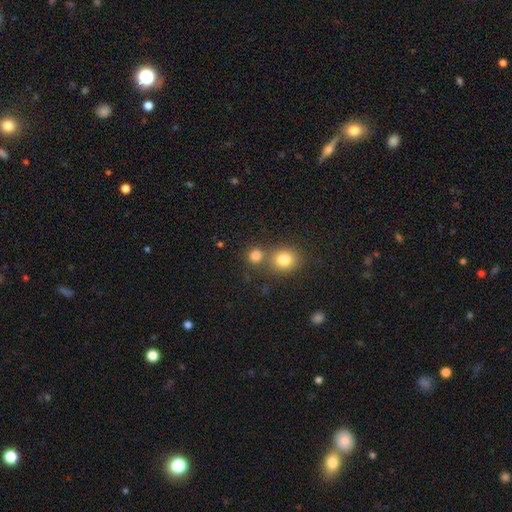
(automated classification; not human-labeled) Morphology: type=smooth (80%); roundness=round (86%); merging=none (62%).